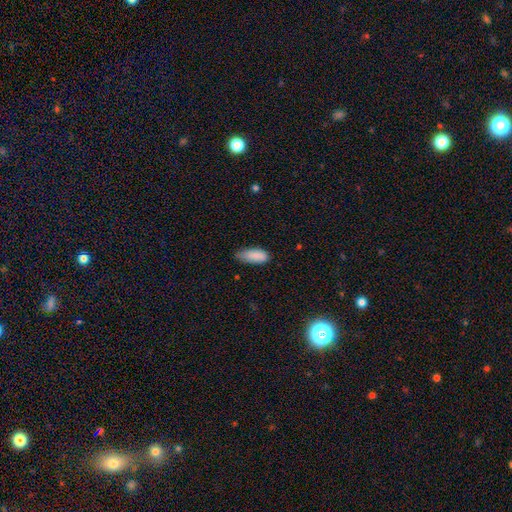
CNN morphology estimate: Smooth or featured? smooth (87%)
How rounded? in between (82%)
Merging? none (51%)